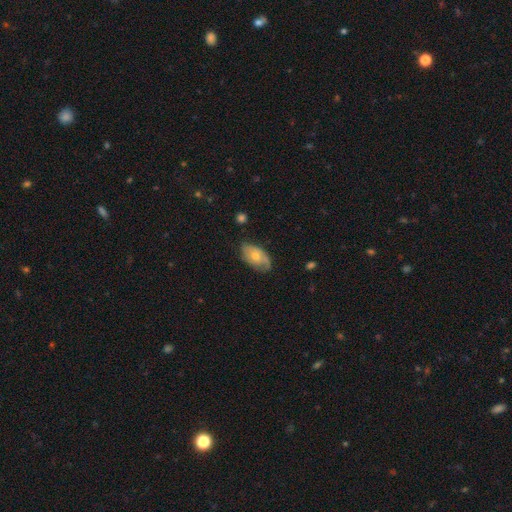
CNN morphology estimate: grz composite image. It shows a smooth galaxy with no disk features (50%) that is in between round and cigar-shaped (91%). Merging: none (62%).